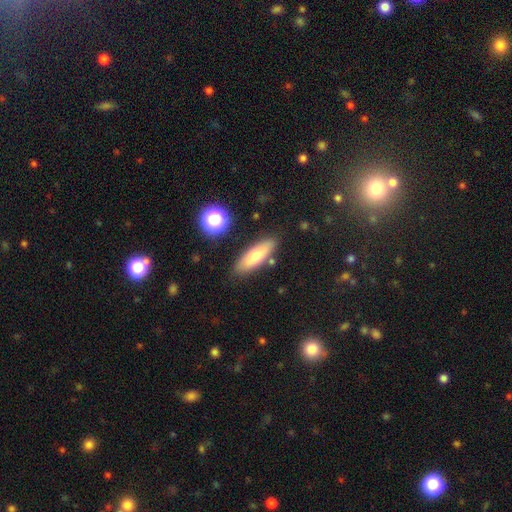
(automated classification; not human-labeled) Overall: smooth (67%). How rounded: in between (49%; cigar-shaped 48%). Merging: none (83%).